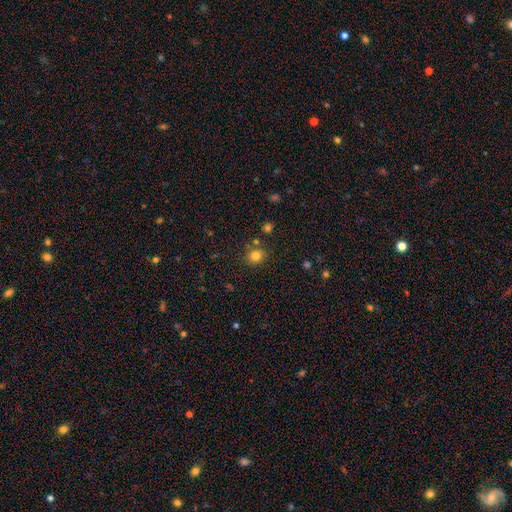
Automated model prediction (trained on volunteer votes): The model was most divided on "how rounded": round: 80%, in between: 19%, cigar-shaped: 1%. More confident: smooth or featured — smooth (80%); merging — none (79%).